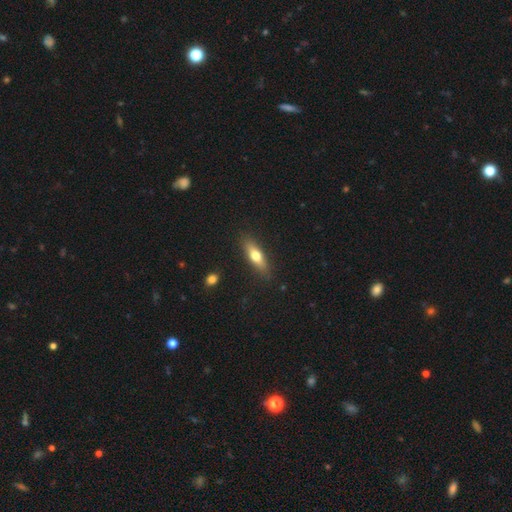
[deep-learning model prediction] smooth-or-featured: smooth: 61% | featured or disk: 33% | star or artifact: 6%
  how-rounded: cigar-shaped: 57% | in between: 40% | round: 3%
  merging: none: 86% | minor disturbance: 10% | major disturbance: 2% | merger: 1%